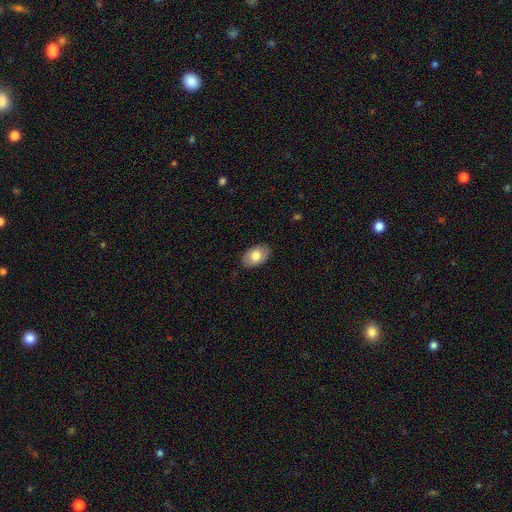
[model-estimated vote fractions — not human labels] Q: Smooth or featured?
A: smooth (76%); runner-up: featured or disk (17%)
Q: How rounded?
A: in between (90%); runner-up: round (9%)
Q: Merging?
A: none (87%); runner-up: minor disturbance (10%)